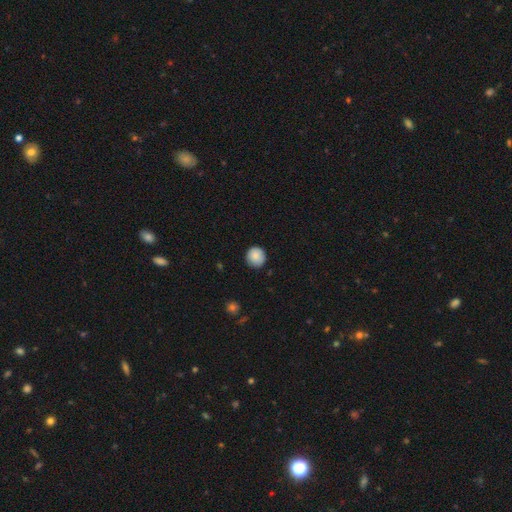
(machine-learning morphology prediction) Smooth or featured? smooth (87%)
How rounded? round (93%)
Merging? none (86%)